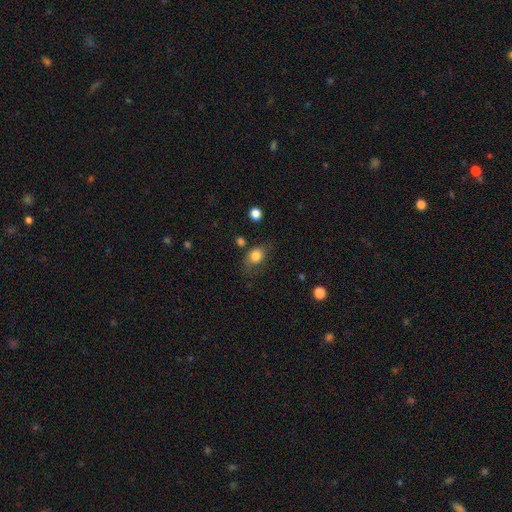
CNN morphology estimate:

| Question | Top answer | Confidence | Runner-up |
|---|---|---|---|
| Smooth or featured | smooth | 81% | featured or disk (10%) |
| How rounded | in between | 56% | round (42%) |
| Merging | none | 60% | minor disturbance (25%) |